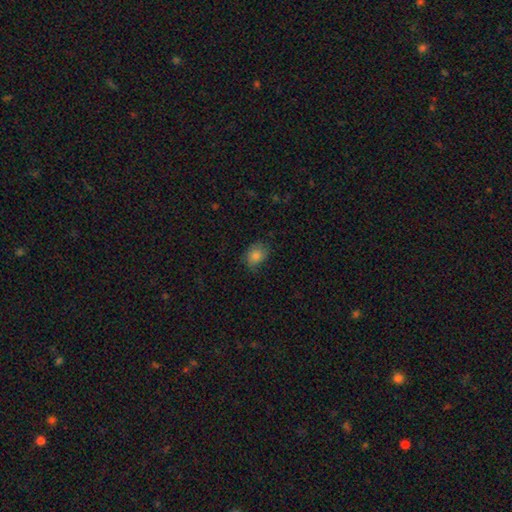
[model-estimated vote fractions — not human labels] The model was most divided on "how rounded": in between: 61%, round: 38%, cigar-shaped: 1%. More confident: smooth or featured — smooth (83%); merging — none (73%).